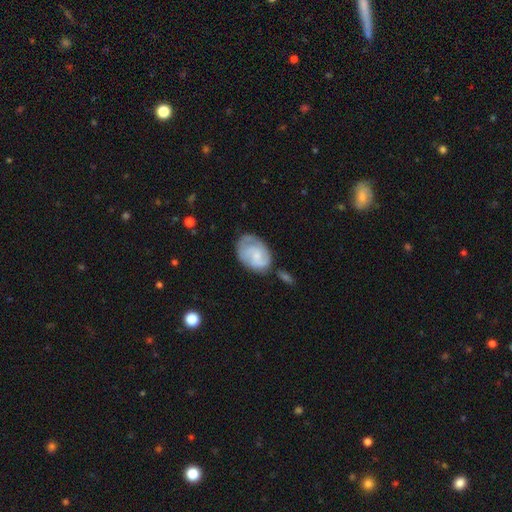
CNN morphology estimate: The model was most divided on "smooth or featured": featured or disk: 58%, smooth: 35%, star or artifact: 6%. More confident: edge-on disk — no (97%); spiral arms — yes (83%); bar — no (60%); bulge size — small (58%); merging — none (53%).